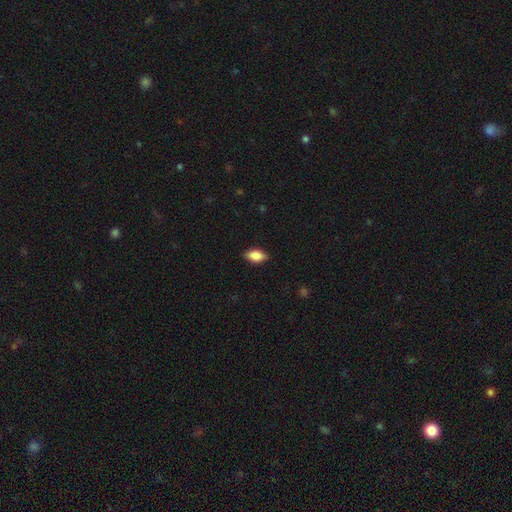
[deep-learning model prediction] smooth-or-featured: smooth: 84% | featured or disk: 9% | star or artifact: 7%
  how-rounded: in between: 90% | cigar-shaped: 6% | round: 4%
  merging: none: 86% | minor disturbance: 11% | major disturbance: 2% | merger: 1%